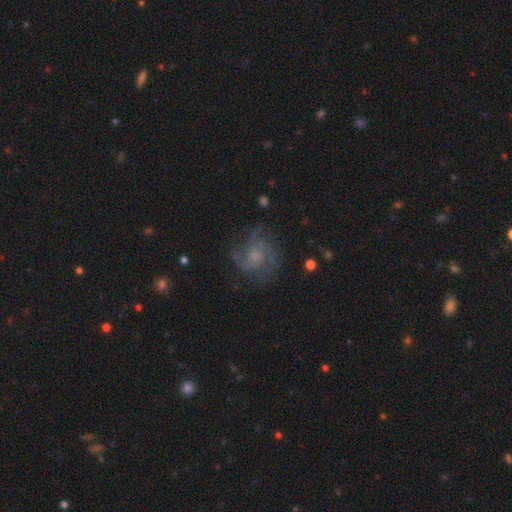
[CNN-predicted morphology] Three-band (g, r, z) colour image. It shows a featured or disk galaxy (73%) with no bar (75%), 3 (35%) medium (46%) spiral arms (91%) and a small central bulge (44%). Merging: none (68%).